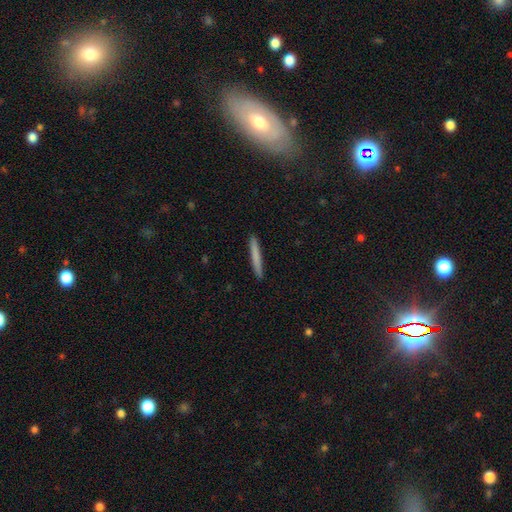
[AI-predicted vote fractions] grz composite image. It shows a smooth galaxy with no disk features (75%) that is cigar-shaped (96%). Merging: none (92%).